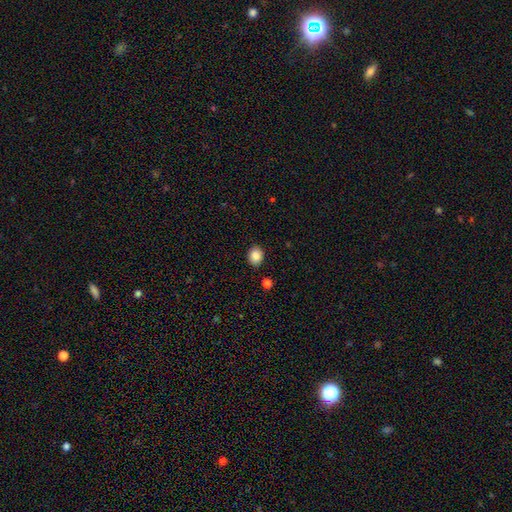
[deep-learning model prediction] smooth-or-featured: smooth: 87% | star or artifact: 9% | featured or disk: 4%
  how-rounded: round: 52% | in between: 48% | cigar-shaped: 1%
  merging: none: 88% | minor disturbance: 8% | major disturbance: 2% | merger: 2%